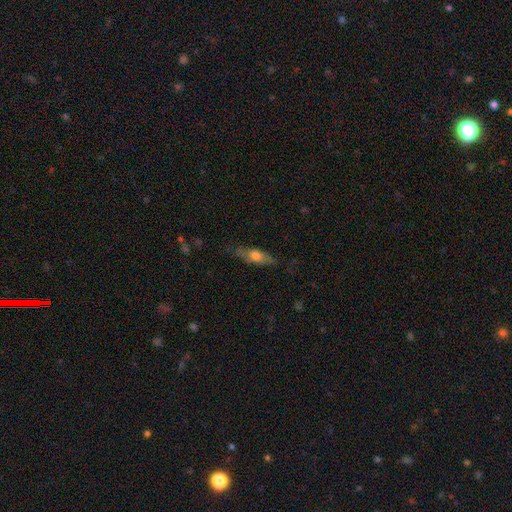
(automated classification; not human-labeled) Smooth or featured?
  - smooth: 56% *
  - featured or disk: 37%
  - star or artifact: 7%
How rounded?
  - in between: 50% *
  - cigar-shaped: 47%
  - round: 3%
Merging?
  - none: 71% *
  - minor disturbance: 21%
  - major disturbance: 6%
  - merger: 2%